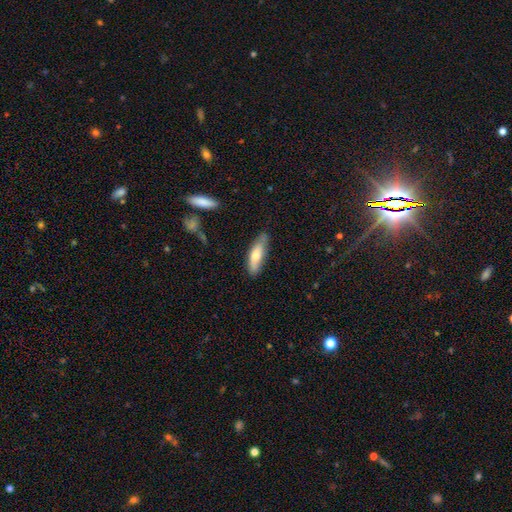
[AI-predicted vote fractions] Smooth or featured? smooth (65%)
How rounded? cigar-shaped (52%)
Merging? none (75%)